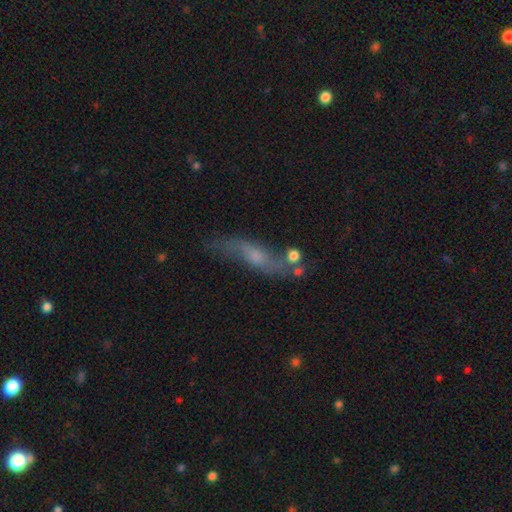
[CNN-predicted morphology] A featured or disk galaxy (59%). Merging: none (55%).